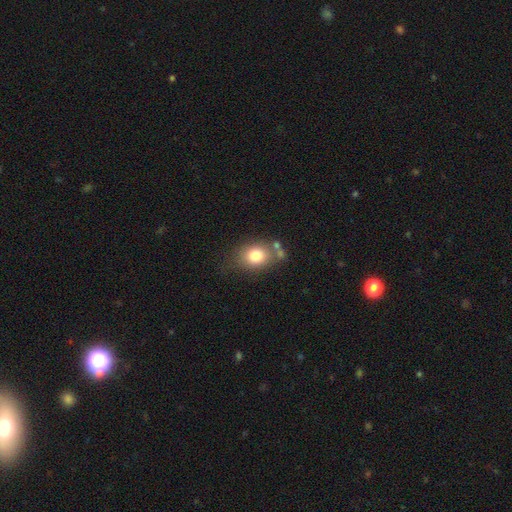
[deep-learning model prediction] A smooth galaxy with no disk features (78%) that is in between round and cigar-shaped (52%).

Vote fractions:
- Smooth or featured? smooth: 78% / featured or disk: 12% / star or artifact: 10%
- How rounded? in between: 52% / round: 46% / cigar-shaped: 1%
- Merging? none: 58% / minor disturbance: 20% / merger: 14% / major disturbance: 8%